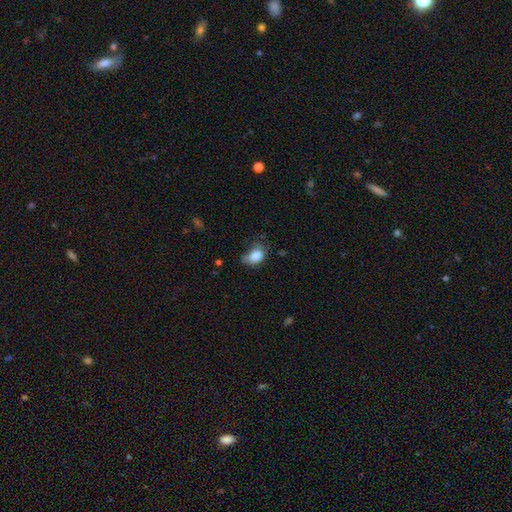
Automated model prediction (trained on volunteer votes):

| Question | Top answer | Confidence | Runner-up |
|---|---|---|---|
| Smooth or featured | smooth | 80% | featured or disk (11%) |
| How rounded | in between | 77% | round (22%) |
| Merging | minor disturbance | 42% | none (33%) |